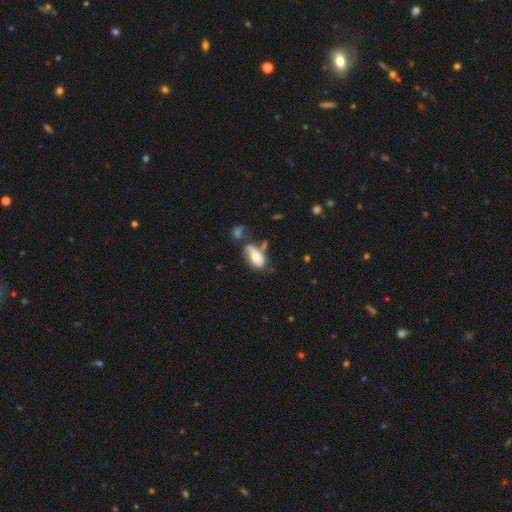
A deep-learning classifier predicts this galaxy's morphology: The model was most divided on "merging": none: 29%, minor disturbance: 25%, merger: 24%, major disturbance: 22%. More confident: how rounded — in between (91%); smooth or featured — smooth (57%).